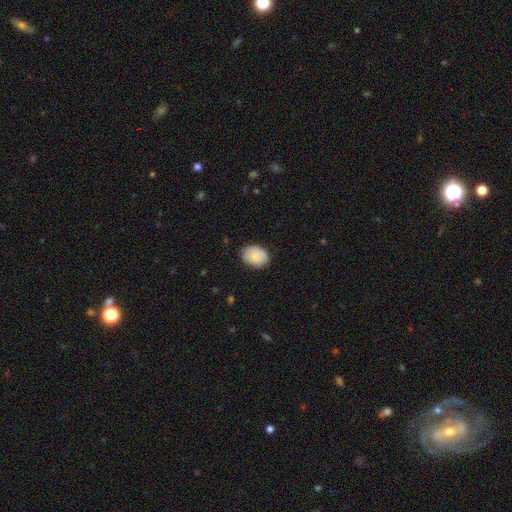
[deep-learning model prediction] Smooth or featured: smooth — 84% (featured or disk — 10%)
How rounded: in between — 67% (round — 32%)
Merging: none — 81% (minor disturbance — 15%)